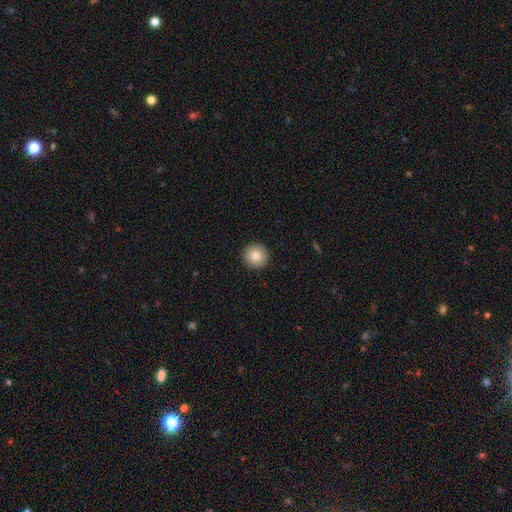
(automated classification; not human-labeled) A smooth galaxy with no disk features (84%) that is round (96%).

Vote fractions:
- Smooth or featured? smooth: 84% / star or artifact: 9% / featured or disk: 8%
- How rounded? round: 96% / in between: 3% / cigar-shaped: 1%
- Merging? none: 93% / minor disturbance: 4% / major disturbance: 1% / merger: 1%